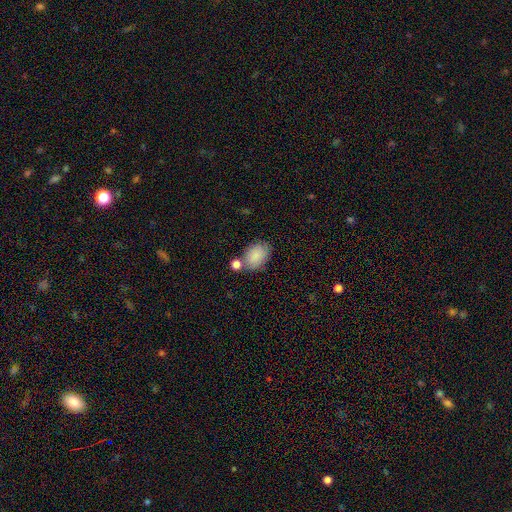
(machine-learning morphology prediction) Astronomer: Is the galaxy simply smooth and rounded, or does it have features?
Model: smooth — 85%.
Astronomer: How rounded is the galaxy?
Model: in between — 79%.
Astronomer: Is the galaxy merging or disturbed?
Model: none — 57%.